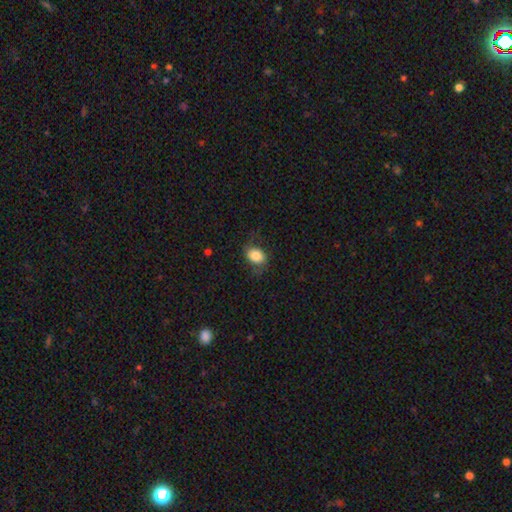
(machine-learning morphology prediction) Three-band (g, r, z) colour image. It shows a smooth galaxy with no disk features (80%) that is in between round and cigar-shaped (66%). Merging: none (68%).